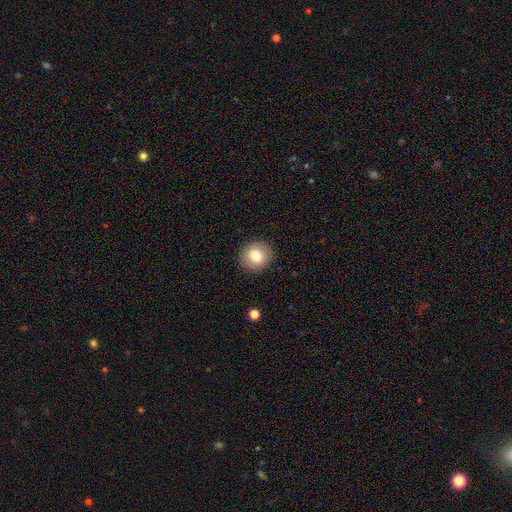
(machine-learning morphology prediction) smooth_or_featured: smooth (p=0.80) [alt: featured or disk p=0.11]
how_rounded: round (p=0.85) [alt: in between p=0.14]
merging: none (p=0.90) [alt: minor disturbance p=0.07]